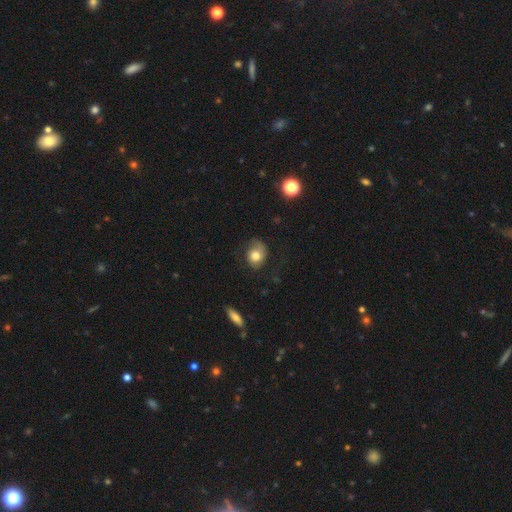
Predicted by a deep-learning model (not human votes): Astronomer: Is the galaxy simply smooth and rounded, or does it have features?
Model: smooth — 67%.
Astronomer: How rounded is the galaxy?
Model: in between — 50% (runner-up: round, 49%).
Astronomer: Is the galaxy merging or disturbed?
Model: none — 53%.